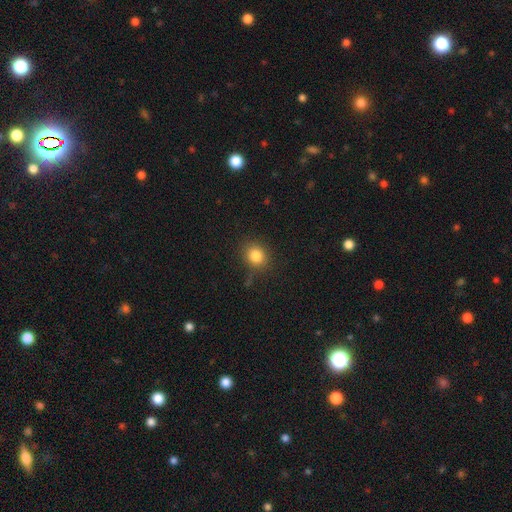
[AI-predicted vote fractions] smooth 83%, star or artifact 11%, featured or disk 6%. Down the decision tree: how rounded — round (73%); merging — none (83%).